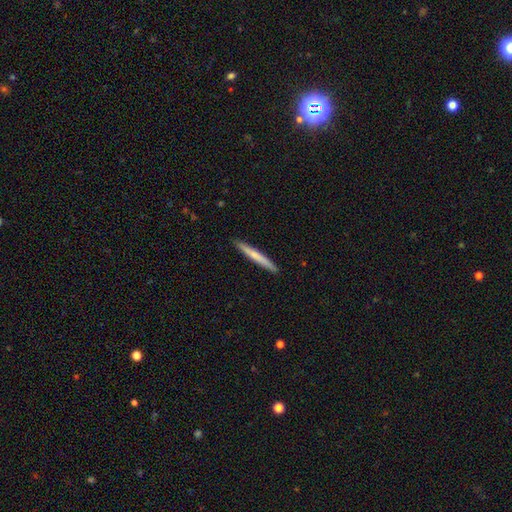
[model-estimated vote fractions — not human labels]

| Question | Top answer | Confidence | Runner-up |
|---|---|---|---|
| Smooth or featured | smooth | 61% | featured or disk (33%) |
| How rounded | cigar-shaped | 97% | in between (2%) |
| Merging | none | 92% | minor disturbance (6%) |